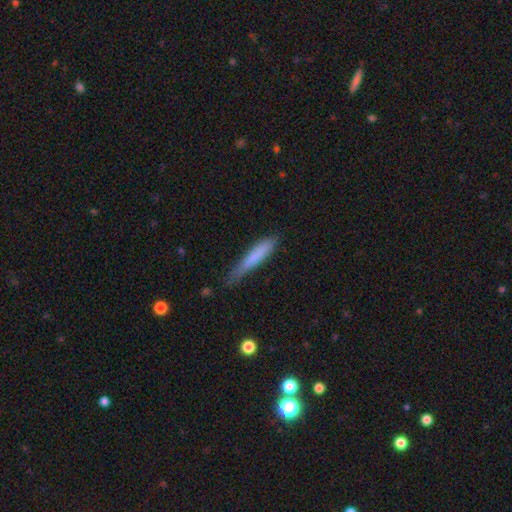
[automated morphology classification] smooth-or-featured: smooth: 76% | featured or disk: 18% | star or artifact: 6%
  how-rounded: cigar-shaped: 91% | in between: 7% | round: 1%
  merging: none: 59% | minor disturbance: 32% | major disturbance: 7% | merger: 2%